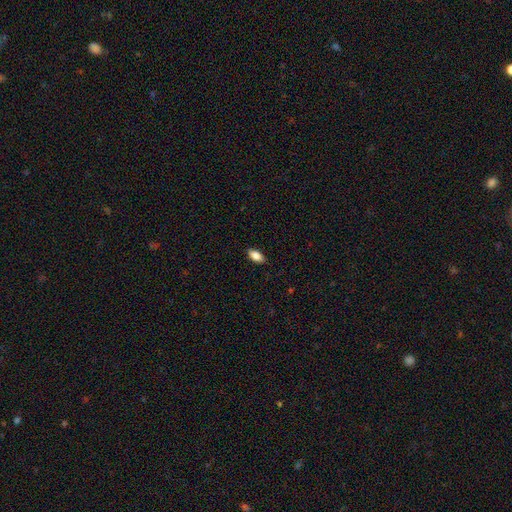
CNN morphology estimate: Smooth or featured? smooth (86%)
How rounded? in between (89%)
Merging? none (88%)